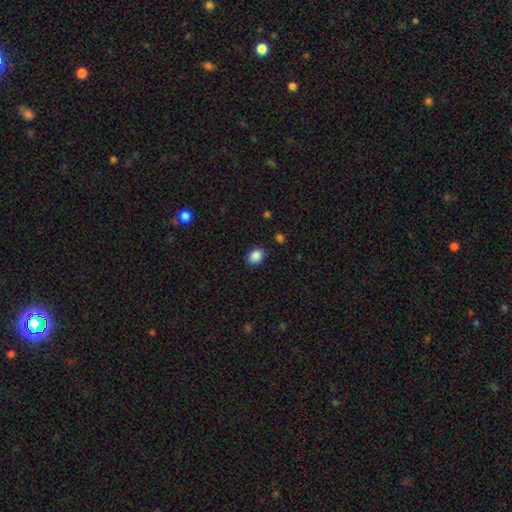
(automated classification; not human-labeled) Q: Smooth or featured?
A: smooth (88%); runner-up: star or artifact (8%)
Q: How rounded?
A: in between (67%); runner-up: round (32%)
Q: Merging?
A: none (85%); runner-up: minor disturbance (11%)